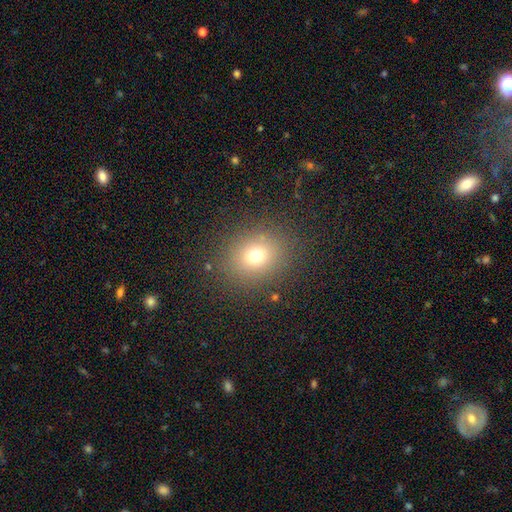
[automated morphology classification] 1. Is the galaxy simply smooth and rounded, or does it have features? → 71% smooth, 18% star or artifact, 11% featured or disk.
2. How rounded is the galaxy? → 66% round, 33% in between, 1% cigar-shaped.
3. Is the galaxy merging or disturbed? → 86% none, 8% minor disturbance, 4% major disturbance, 1% merger.